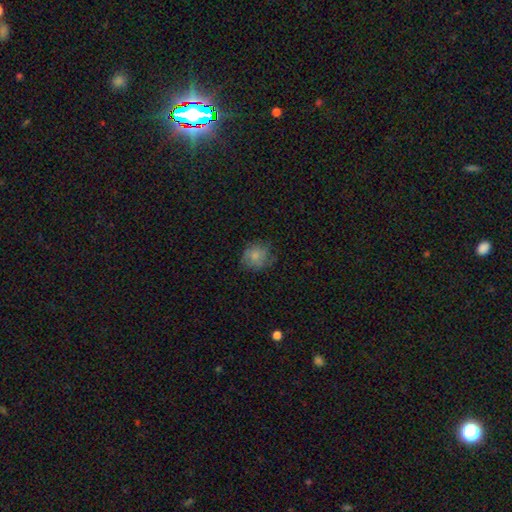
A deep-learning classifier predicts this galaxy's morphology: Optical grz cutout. It shows a smooth galaxy with no disk features (76%) that is round (73%). Merging: none (67%).